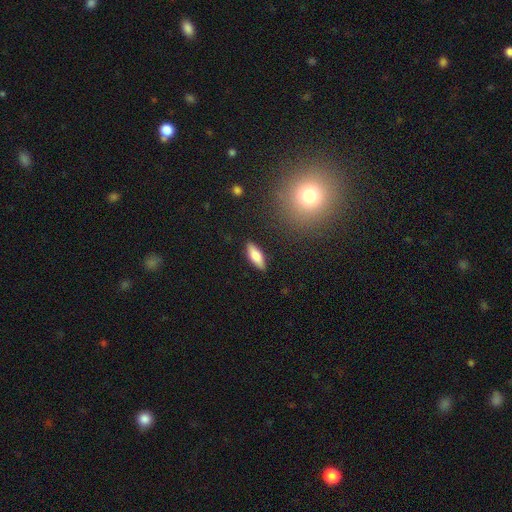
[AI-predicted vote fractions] smooth_or_featured: smooth (p=0.76) [alt: featured or disk p=0.18]
how_rounded: in between (p=0.58) [alt: cigar-shaped p=0.39]
merging: none (p=0.88) [alt: minor disturbance p=0.09]